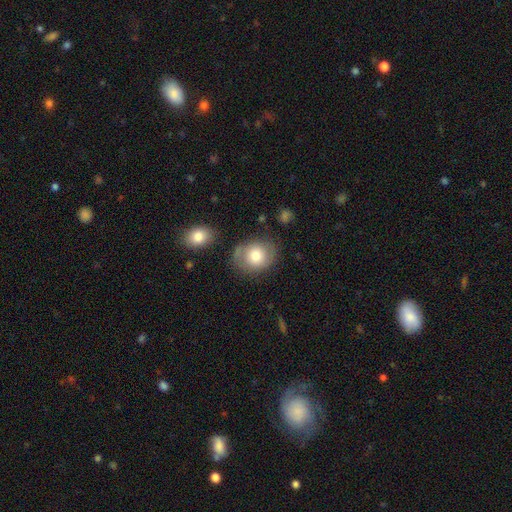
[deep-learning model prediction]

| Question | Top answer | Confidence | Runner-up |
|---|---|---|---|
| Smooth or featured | smooth | 76% | featured or disk (17%) |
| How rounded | round | 59% | in between (40%) |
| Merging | none | 70% | minor disturbance (18%) |